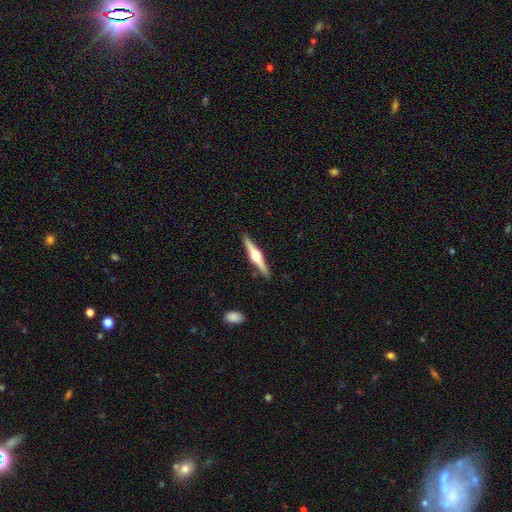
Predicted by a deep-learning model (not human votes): Overall: featured or disk (78%). Edge-on disk: yes (98%). Edge-on bulge: rounded (95%). Merging: none (91%).